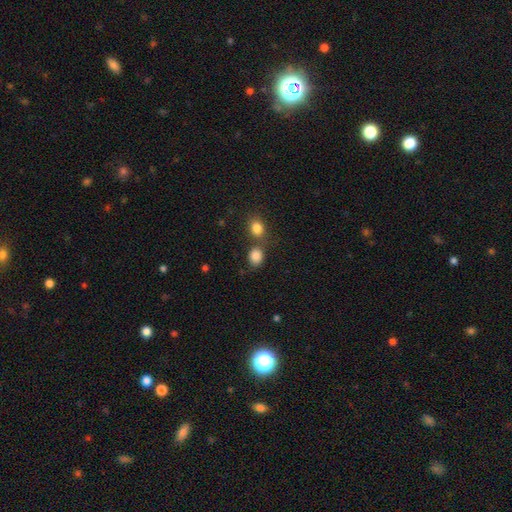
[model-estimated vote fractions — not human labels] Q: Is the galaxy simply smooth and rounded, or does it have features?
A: smooth — 84%.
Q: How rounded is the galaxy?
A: round — 52%.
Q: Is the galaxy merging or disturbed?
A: none — 58%.